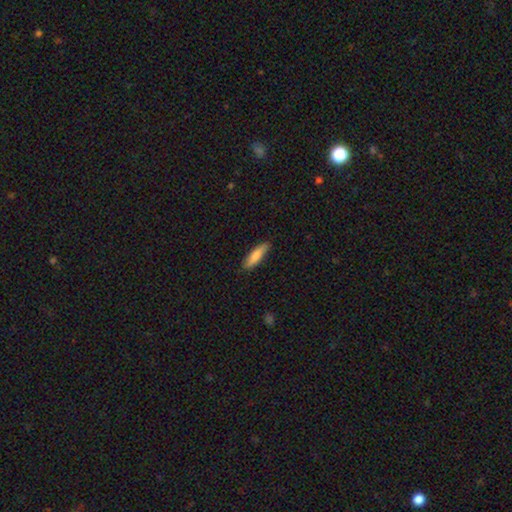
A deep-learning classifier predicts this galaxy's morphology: type=smooth (81%); roundness=cigar-shaped (66%); merging=none (84%).